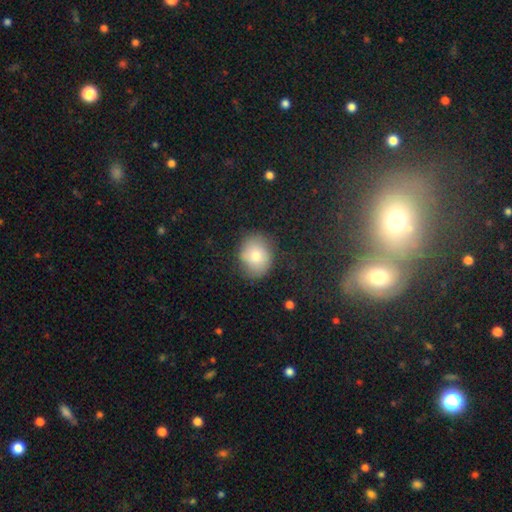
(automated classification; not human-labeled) Smooth or featured?
  - smooth: 78% *
  - featured or disk: 13%
  - star or artifact: 10%
How rounded?
  - round: 61% *
  - in between: 38%
  - cigar-shaped: 1%
Merging?
  - none: 78% *
  - minor disturbance: 16%
  - major disturbance: 5%
  - merger: 2%